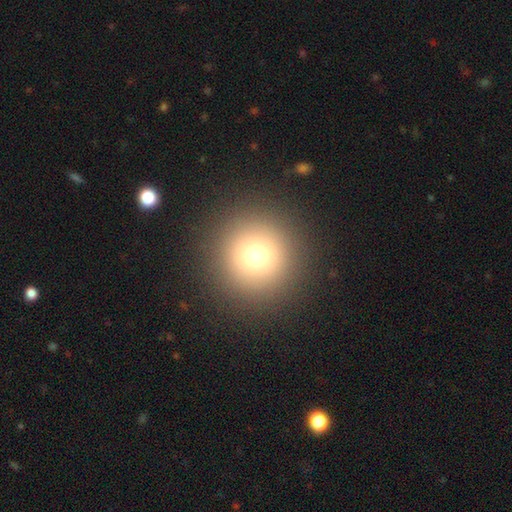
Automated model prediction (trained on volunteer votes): Overall: smooth (72%). How rounded: round (96%). Merging: none (91%).